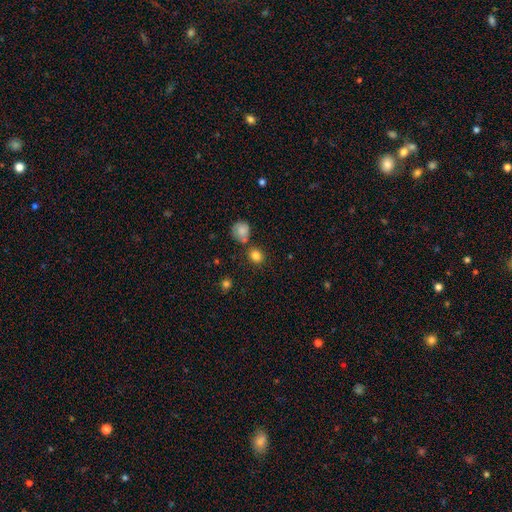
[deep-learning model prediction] A smooth galaxy with no disk features (83%) that is round (68%).

Vote fractions:
- Smooth or featured? smooth: 83% / star or artifact: 11% / featured or disk: 6%
- How rounded? round: 68% / in between: 31% / cigar-shaped: 1%
- Merging? none: 71% / merger: 14% / minor disturbance: 11% / major disturbance: 3%